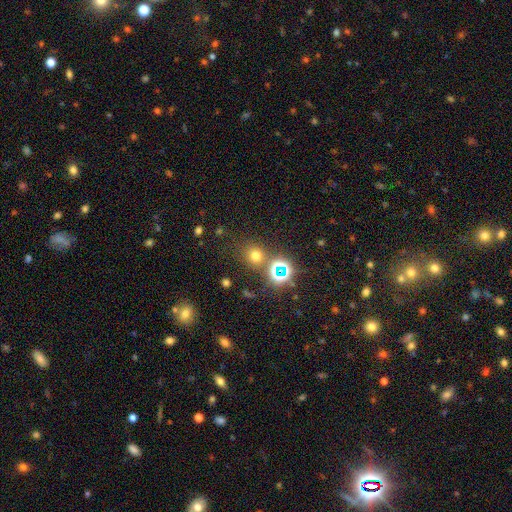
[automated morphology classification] A smooth galaxy with no disk features (64%) that is round (89%). Merging: none (77%).